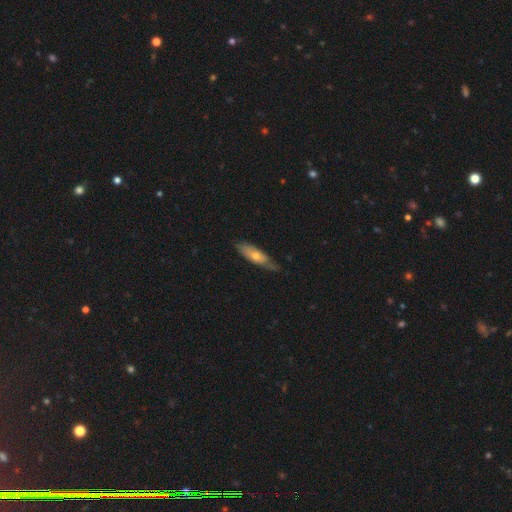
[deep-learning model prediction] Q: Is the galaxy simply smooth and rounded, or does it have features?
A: smooth — 55%.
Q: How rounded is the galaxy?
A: in between — 51%.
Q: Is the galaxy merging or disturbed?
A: none — 60%.